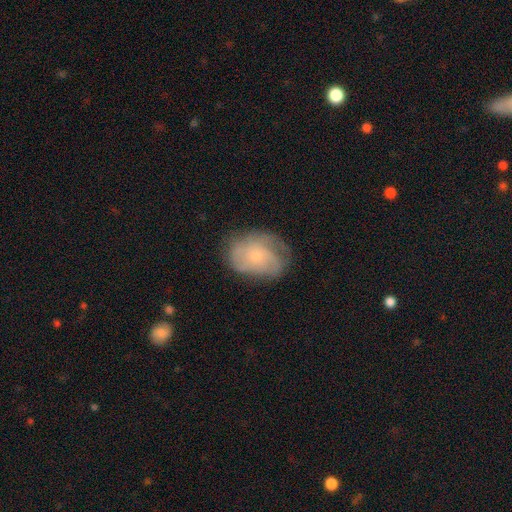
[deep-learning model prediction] smooth-or-featured: featured or disk: 56% | smooth: 36% | star or artifact: 8%
  disk-edge-on: no: 97% | yes: 3%
    bar: no: 80% | weak: 18% | strong: 2%
    has-spiral-arms: yes: 82% | no: 18%
    bulge-size: small: 65% | moderate: 27% | none: 5% | large: 2% | dominant: 1%
  merging: none: 62% | minor disturbance: 25% | major disturbance: 11% | merger: 1%